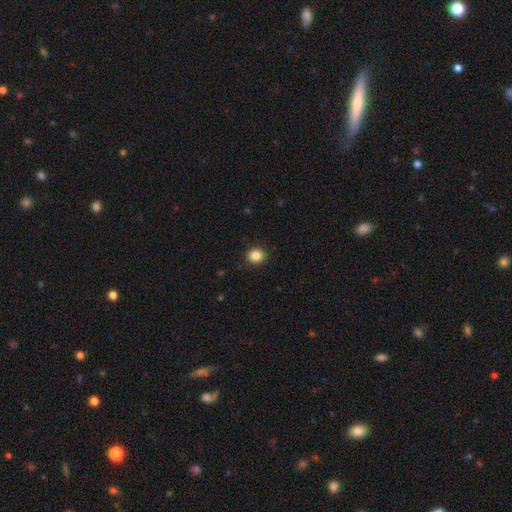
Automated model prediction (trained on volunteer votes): Q: Smooth or featured?
A: smooth (85%); runner-up: star or artifact (11%)
Q: How rounded?
A: round (88%); runner-up: in between (11%)
Q: Merging?
A: none (92%); runner-up: minor disturbance (5%)